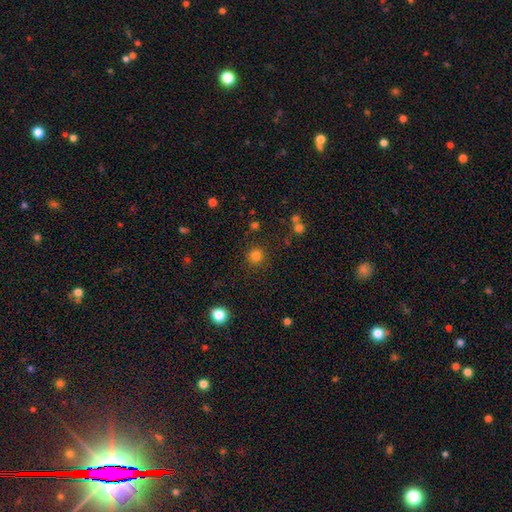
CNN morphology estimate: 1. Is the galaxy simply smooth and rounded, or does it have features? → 81% smooth, 15% star or artifact, 5% featured or disk.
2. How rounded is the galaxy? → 94% round, 5% in between, 1% cigar-shaped.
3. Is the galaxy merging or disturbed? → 88% none, 7% minor disturbance, 3% major disturbance, 3% merger.